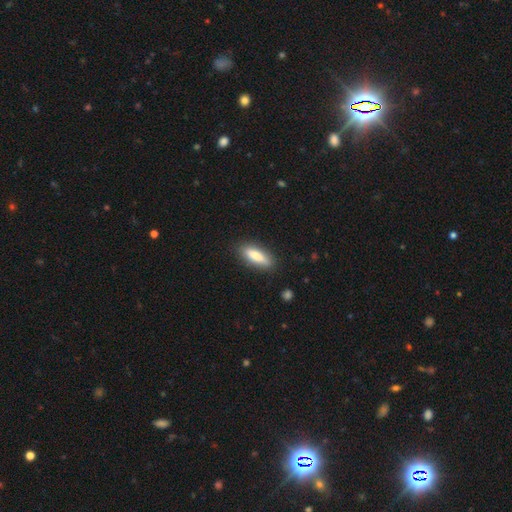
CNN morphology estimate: Overall: smooth (78%). How rounded: in between (51%; cigar-shaped 47%). Merging: none (85%).